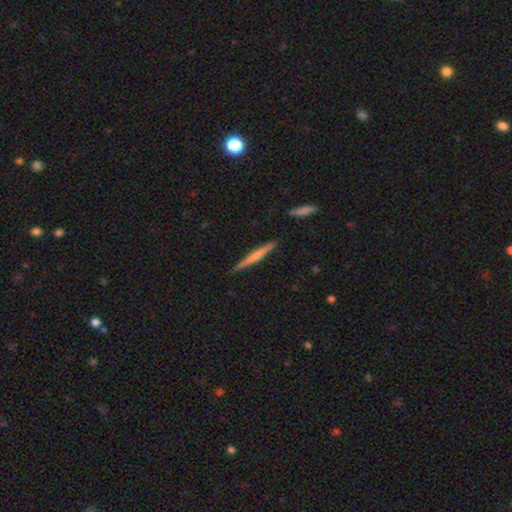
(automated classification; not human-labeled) Smooth or featured? featured or disk (48%)
Merging? none (89%)